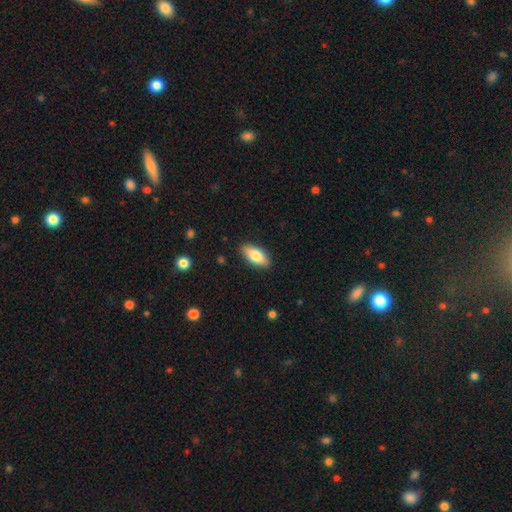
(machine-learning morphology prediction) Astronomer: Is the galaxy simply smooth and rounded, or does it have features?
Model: smooth — 78%.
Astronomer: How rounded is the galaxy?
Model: in between — 87%.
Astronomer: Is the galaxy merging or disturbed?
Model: none — 88%.